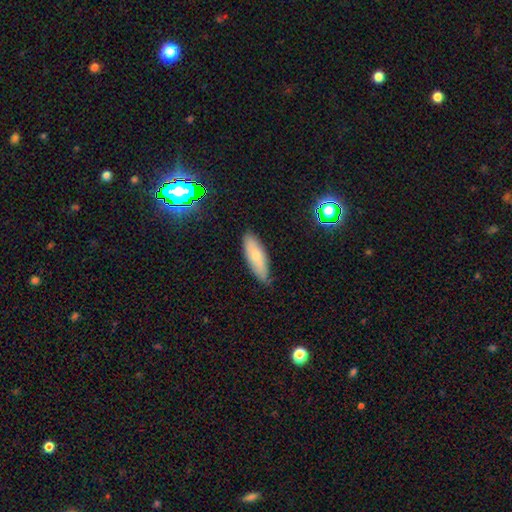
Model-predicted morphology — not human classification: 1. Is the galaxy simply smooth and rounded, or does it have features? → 68% smooth, 24% featured or disk, 8% star or artifact.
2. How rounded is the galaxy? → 59% in between, 39% cigar-shaped, 2% round.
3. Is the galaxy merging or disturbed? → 77% none, 19% minor disturbance, 3% major disturbance, 1% merger.